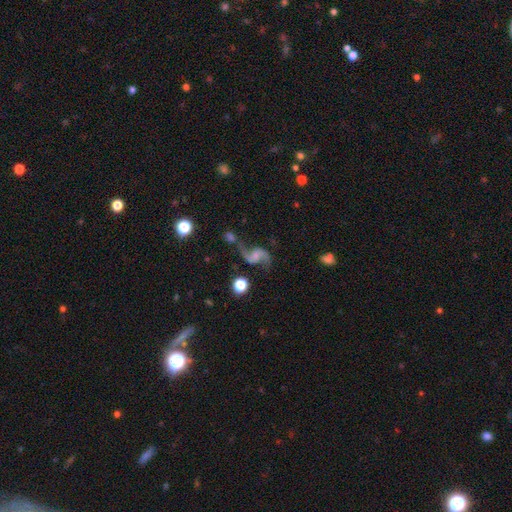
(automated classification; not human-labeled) Smooth or featured?
  - featured or disk: 83% *
  - smooth: 9%
  - star or artifact: 8%
Edge-on disk?
  - no: 97% *
  - yes: 3%
Bar?
  - no: 47% *
  - weak: 41%
  - strong: 12%
Spiral arms?
  - yes: 95% *
  - no: 5%
Spiral winding?
  - loose: 84% *
  - medium: 13%
  - tight: 3%
Spiral arm count?
  - 2: 92% *
  - 1: 3%
  - can't tell: 2%
  - 3: 1%
  - 4: 1%
  - more than 4: 1%
Bulge size?
  - small: 35% * (tied)
  - none: 35% * (tied)
  - moderate: 22%
  - large: 6%
  - dominant: 2%
Merging?
  - none: 53% *
  - merger: 17%
  - minor disturbance: 16%
  - major disturbance: 14%